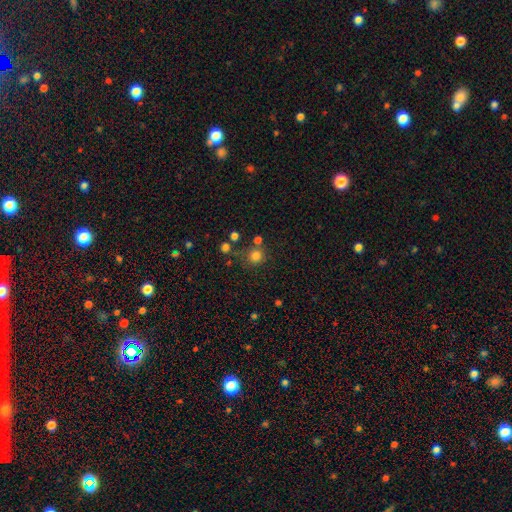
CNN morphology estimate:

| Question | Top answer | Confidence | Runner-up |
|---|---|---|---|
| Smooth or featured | smooth | 79% | star or artifact (15%) |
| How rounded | round | 92% | in between (8%) |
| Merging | none | 71% | merger (13%) |